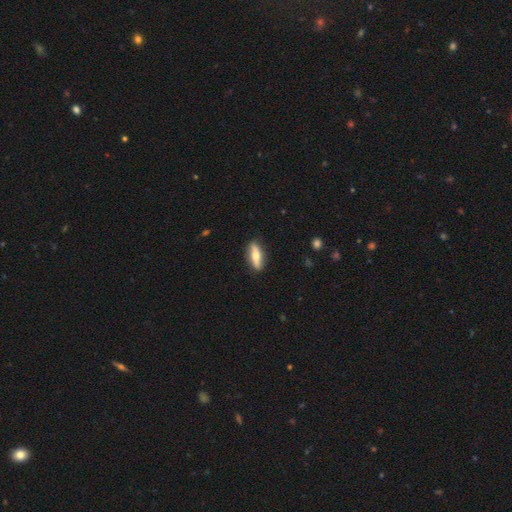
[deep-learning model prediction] The model was most divided on "smooth or featured": featured or disk: 48%, smooth: 47%, star or artifact: 5%. More confident: merging — none (88%).